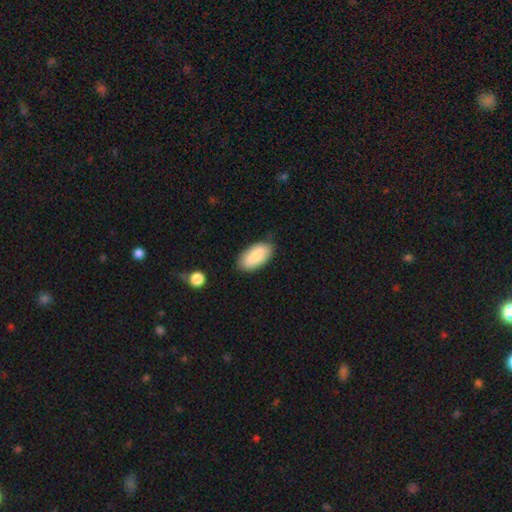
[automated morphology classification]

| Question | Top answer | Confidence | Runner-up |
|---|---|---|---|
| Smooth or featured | smooth | 86% | featured or disk (8%) |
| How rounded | in between | 93% | cigar-shaped (4%) |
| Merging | none | 81% | minor disturbance (14%) |